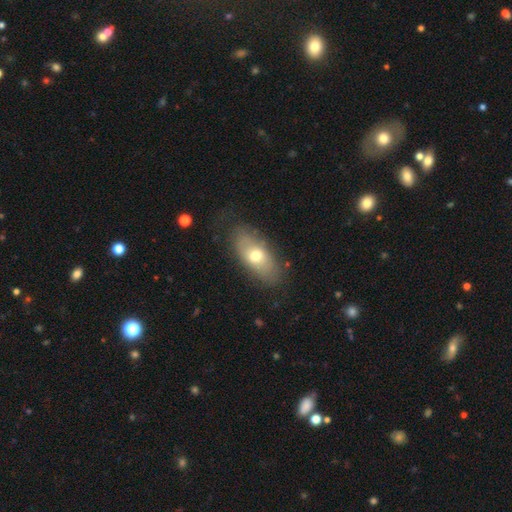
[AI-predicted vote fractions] Morphology: type=smooth (61%); roundness=in between (87%); merging=none (71%).